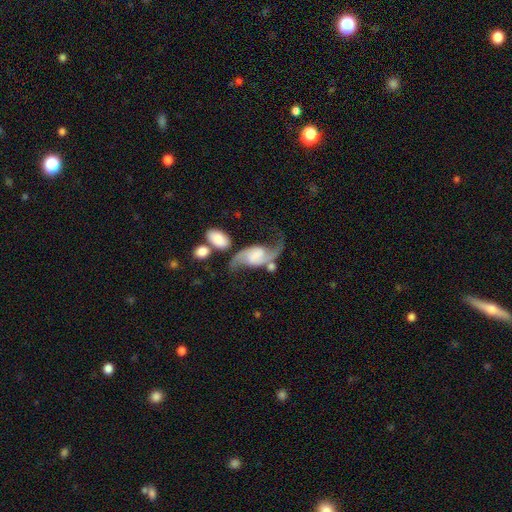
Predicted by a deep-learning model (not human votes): Smooth or featured: featured or disk — 88% (smooth — 7%)
Edge-on disk: no — 97% (yes — 3%)
Bar: weak — 41% (no — 40%)
Spiral arms: yes — 97% (no — 3%)
Spiral winding: loose — 79% (medium — 17%)
Spiral arm count: 2 — 94% (1 — 2%)
Bulge size: none — 43% (small — 18%)
Merging: none — 60% (minor disturbance — 17%)